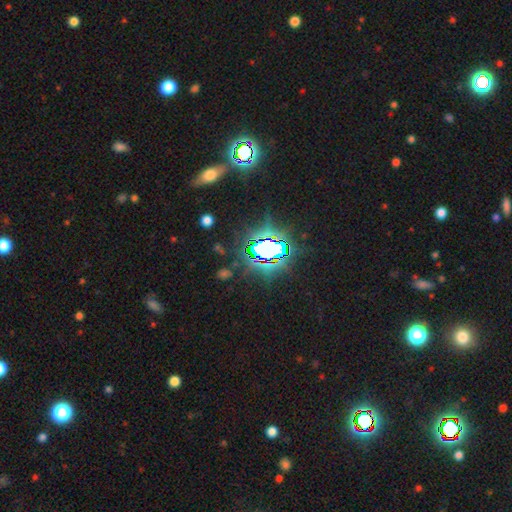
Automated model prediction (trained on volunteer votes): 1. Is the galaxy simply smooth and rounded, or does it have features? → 79% star or artifact, 12% smooth, 9% featured or disk.